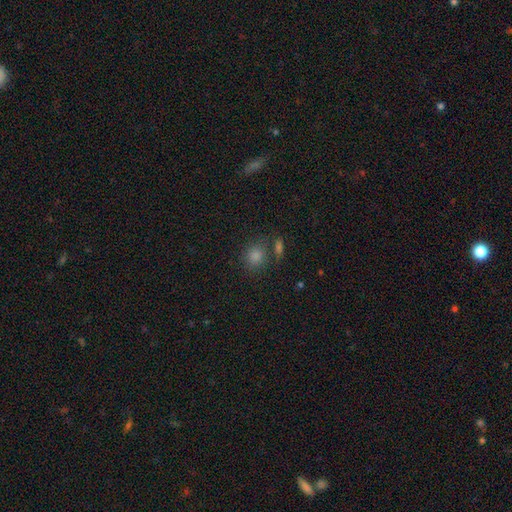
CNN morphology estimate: Overall: smooth (74%). How rounded: round (73%). Merging: none (71%).